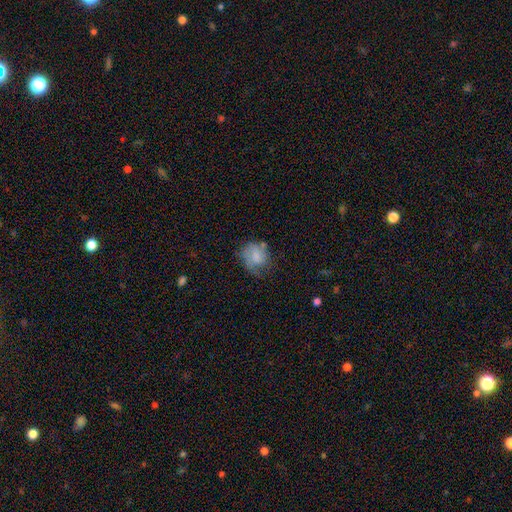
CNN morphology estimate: Q: Smooth or featured?
A: smooth (60%); runner-up: featured or disk (31%)
Q: How rounded?
A: round (65%); runner-up: in between (34%)
Q: Merging?
A: none (45%); runner-up: minor disturbance (30%)